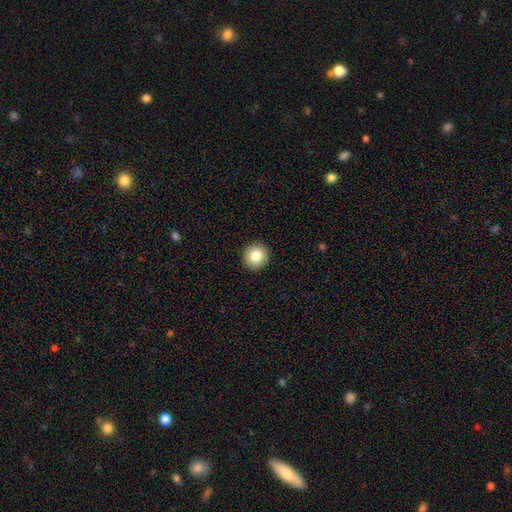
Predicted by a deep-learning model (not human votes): Overall: smooth (82%). How rounded: round (93%). Merging: none (93%).